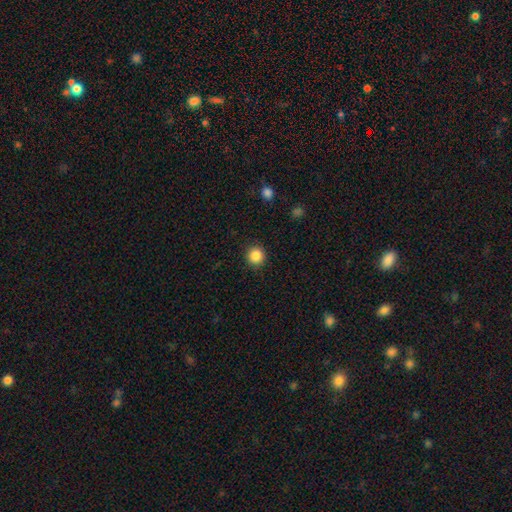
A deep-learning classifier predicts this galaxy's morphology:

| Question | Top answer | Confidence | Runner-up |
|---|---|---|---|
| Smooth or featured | smooth | 87% | star or artifact (10%) |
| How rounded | round | 93% | in between (6%) |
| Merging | none | 91% | minor disturbance (6%) |